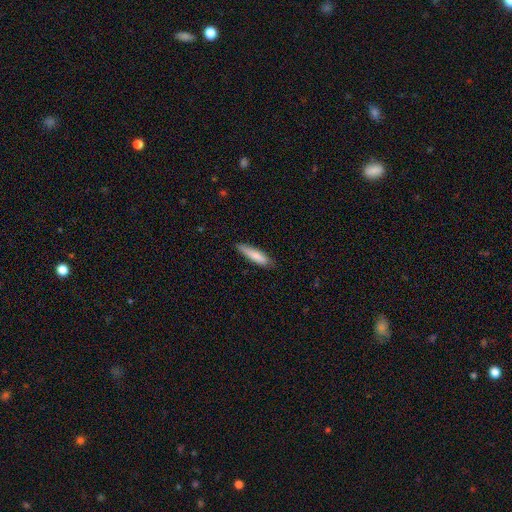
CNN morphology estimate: Q: Smooth or featured?
A: smooth (80%); runner-up: featured or disk (14%)
Q: How rounded?
A: cigar-shaped (76%); runner-up: in between (23%)
Q: Merging?
A: none (82%); runner-up: minor disturbance (15%)